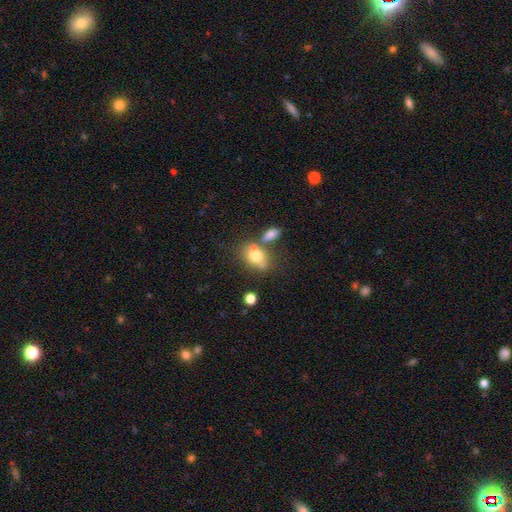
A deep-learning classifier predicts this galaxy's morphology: The model was most divided on "merging": none: 48%, merger: 29%, minor disturbance: 16%, major disturbance: 7%. More confident: smooth or featured — smooth (72%); how rounded — in between (67%).